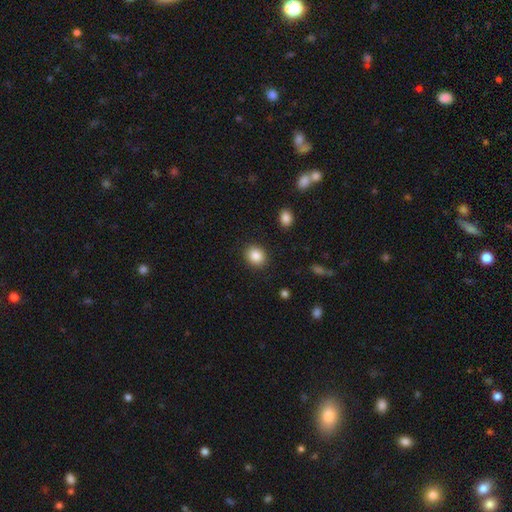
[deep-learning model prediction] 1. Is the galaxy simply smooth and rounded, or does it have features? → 86% smooth, 9% star or artifact, 5% featured or disk.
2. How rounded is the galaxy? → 70% round, 29% in between, 1% cigar-shaped.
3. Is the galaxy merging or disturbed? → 89% none, 7% minor disturbance, 2% major disturbance, 1% merger.